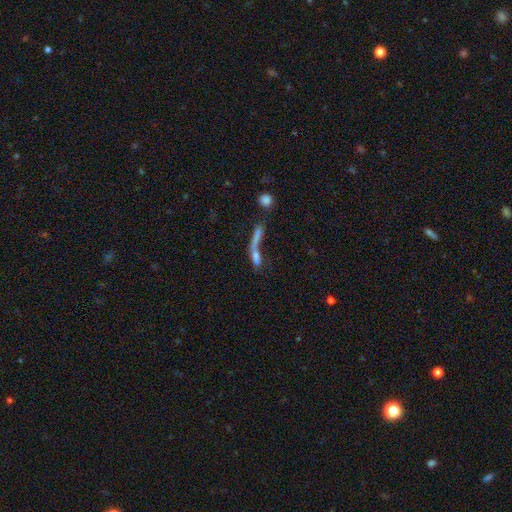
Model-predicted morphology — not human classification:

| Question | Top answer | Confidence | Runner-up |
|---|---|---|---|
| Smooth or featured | smooth | 54% | featured or disk (31%) |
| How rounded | cigar-shaped | 66% | in between (27%) |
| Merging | merger | 43% | none (25%) |